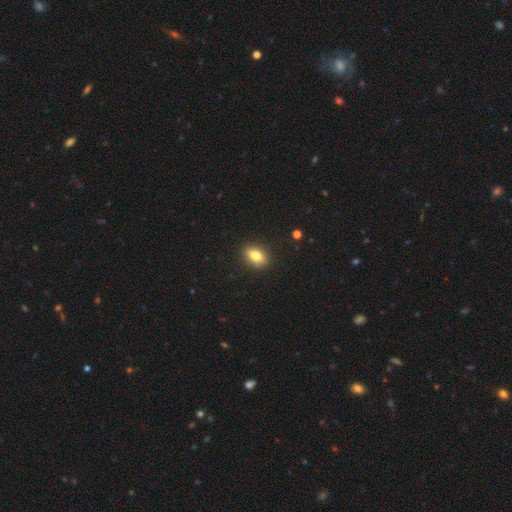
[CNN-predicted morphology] type=smooth (79%); roundness=in between (80%); merging=none (86%).